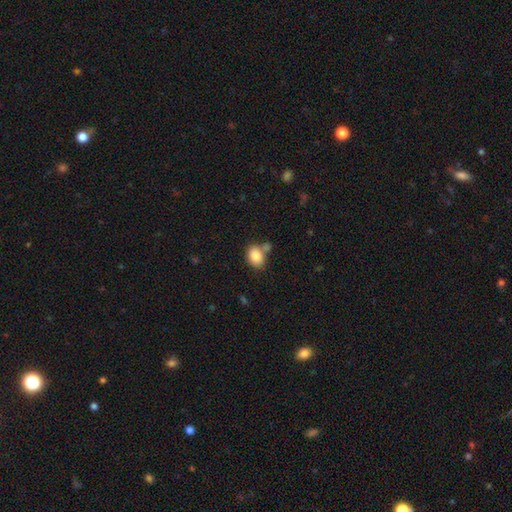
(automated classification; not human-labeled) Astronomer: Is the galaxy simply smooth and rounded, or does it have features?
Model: smooth — 86%.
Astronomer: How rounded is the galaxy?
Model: in between — 70%.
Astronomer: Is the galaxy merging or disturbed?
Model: none — 57%.